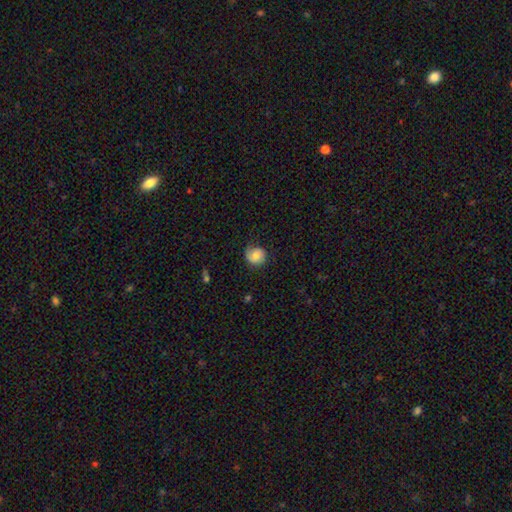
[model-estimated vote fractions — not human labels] Q: Smooth or featured?
A: smooth (74%); runner-up: featured or disk (18%)
Q: How rounded?
A: round (82%); runner-up: in between (17%)
Q: Merging?
A: none (70%); runner-up: minor disturbance (22%)